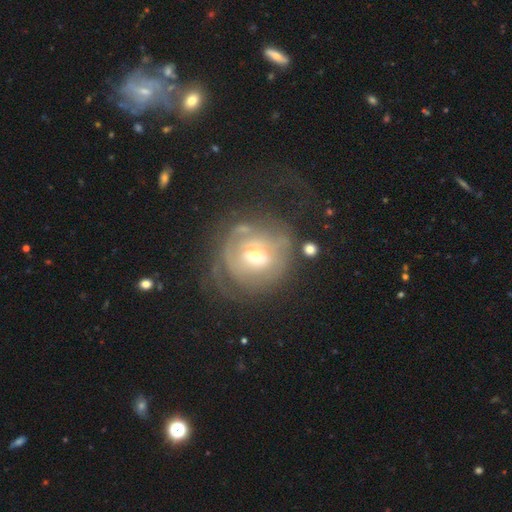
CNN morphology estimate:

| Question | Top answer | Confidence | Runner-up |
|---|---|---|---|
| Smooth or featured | featured or disk | 66% | smooth (26%) |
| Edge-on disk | no | 96% | yes (4%) |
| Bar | no | 64% | weak (27%) |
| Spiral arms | yes | 57% | no (43%) |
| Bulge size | small | 50% | moderate (42%) |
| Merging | none | 45% | major disturbance (30%) |